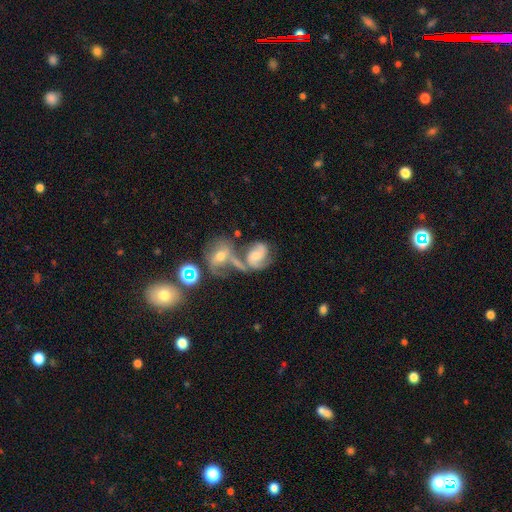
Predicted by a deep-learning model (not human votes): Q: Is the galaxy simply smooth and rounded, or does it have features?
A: featured or disk — 70%.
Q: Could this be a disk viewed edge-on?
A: no — 97%.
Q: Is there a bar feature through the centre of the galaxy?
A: no — 52%.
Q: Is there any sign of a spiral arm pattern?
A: yes — 90%.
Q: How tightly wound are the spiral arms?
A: medium — 49%.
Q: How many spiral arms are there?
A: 2 — 67%.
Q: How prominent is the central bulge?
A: moderate — 46%.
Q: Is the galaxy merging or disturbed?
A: merger — 49%.